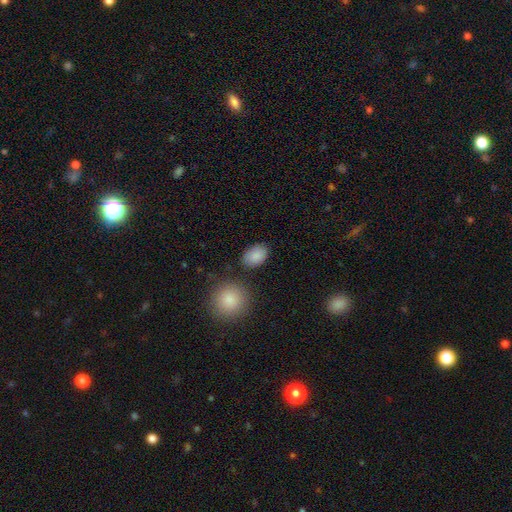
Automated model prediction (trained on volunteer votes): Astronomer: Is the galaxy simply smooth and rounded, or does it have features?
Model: smooth — 88%.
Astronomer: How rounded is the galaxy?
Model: in between — 83%.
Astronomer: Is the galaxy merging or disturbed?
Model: none — 79%.